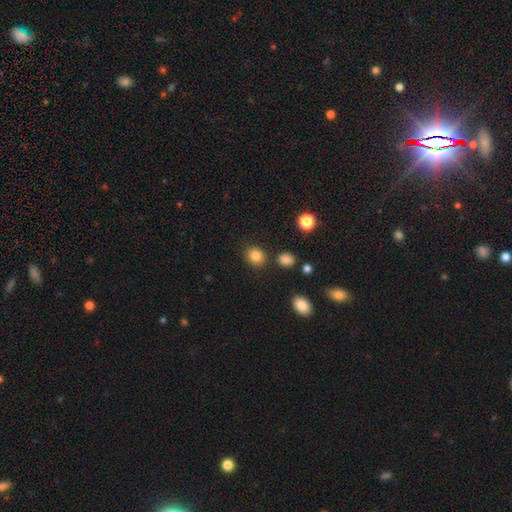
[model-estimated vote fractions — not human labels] smooth 84%, star or artifact 11%, featured or disk 5%. Down the decision tree: how rounded — round (72%); merging — none (85%).